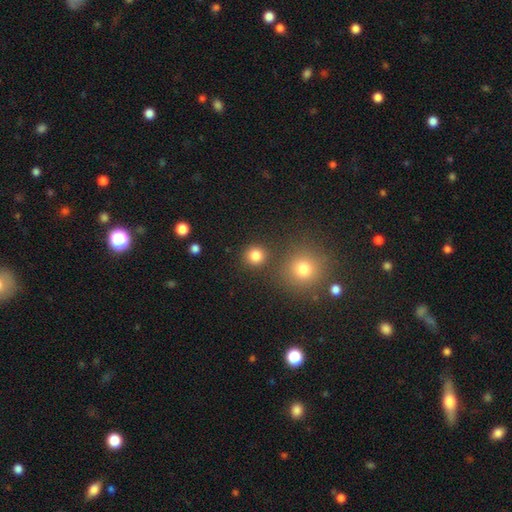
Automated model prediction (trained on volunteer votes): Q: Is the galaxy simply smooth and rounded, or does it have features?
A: smooth — 82%.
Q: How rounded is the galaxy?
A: round — 91%.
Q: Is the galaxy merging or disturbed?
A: none — 83%.